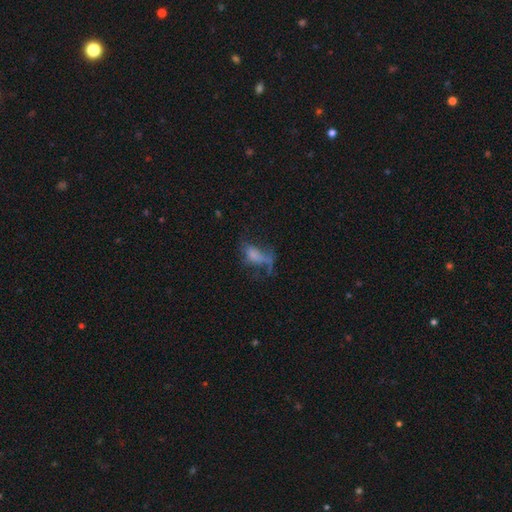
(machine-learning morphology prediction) This appears to be a smooth galaxy with no disk features (45%). Merging: major disturbance (52%).